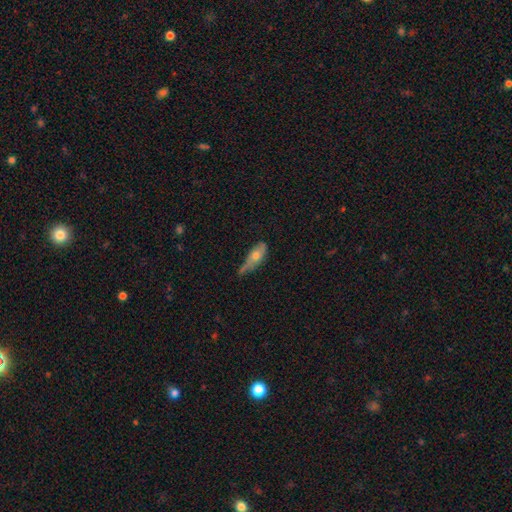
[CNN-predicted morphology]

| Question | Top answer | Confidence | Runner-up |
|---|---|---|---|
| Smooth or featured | smooth | 57% | featured or disk (36%) |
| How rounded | in between | 59% | cigar-shaped (38%) |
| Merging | minor disturbance | 41% | none (36%) |